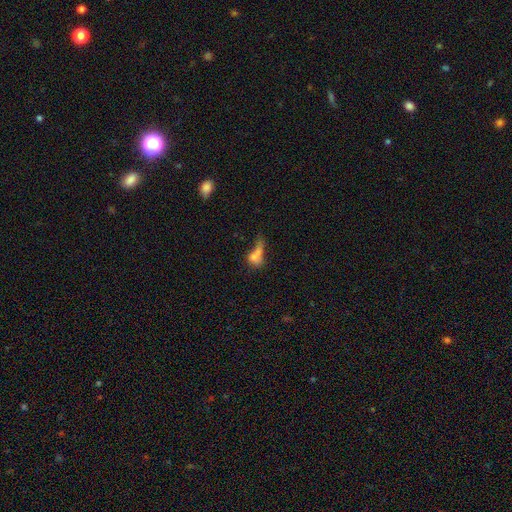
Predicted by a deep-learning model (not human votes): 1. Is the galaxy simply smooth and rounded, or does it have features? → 63% smooth, 24% featured or disk, 13% star or artifact.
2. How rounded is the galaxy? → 60% in between, 22% round, 18% cigar-shaped.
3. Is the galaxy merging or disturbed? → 33% merger, 32% major disturbance, 20% none, 15% minor disturbance.